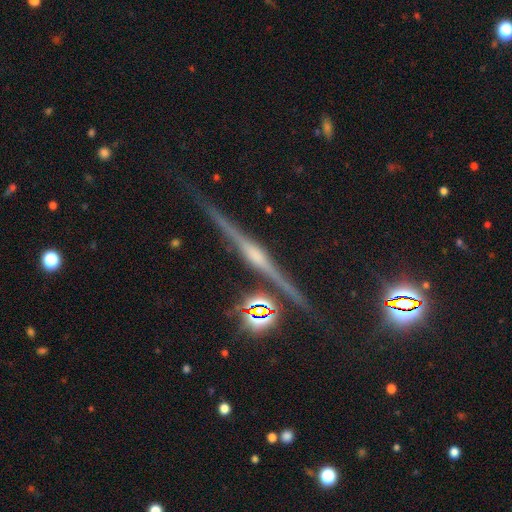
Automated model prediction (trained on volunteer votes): Smooth or featured? Predicted: featured or disk (p=0.82). Edge-on disk? Predicted: yes (p=0.98). Edge-on bulge? Predicted: rounded (p=0.77). Merging? Predicted: none (p=0.88).